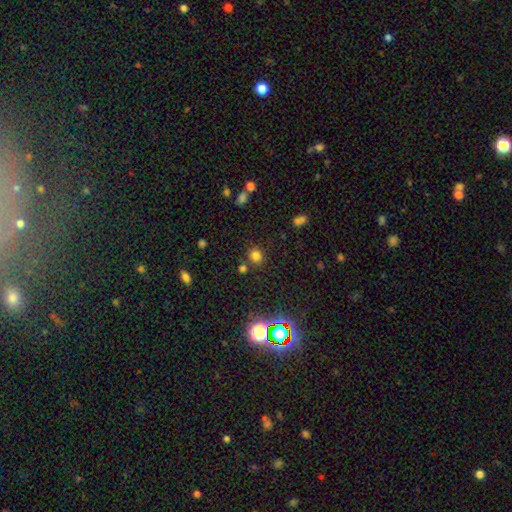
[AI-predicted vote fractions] Smooth or featured? Predicted: smooth (p=0.74). How rounded? Predicted: round (p=0.75). Merging? Predicted: none (p=0.77).